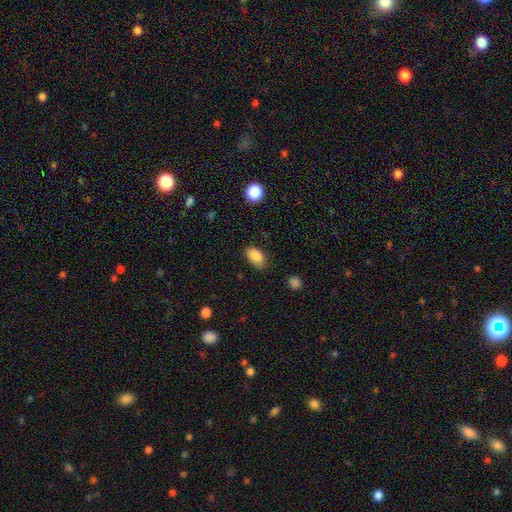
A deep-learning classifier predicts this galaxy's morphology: smooth-or-featured: smooth: 87% | star or artifact: 9% | featured or disk: 4%
  how-rounded: in between: 91% | round: 7% | cigar-shaped: 2%
  merging: none: 72% | minor disturbance: 21% | major disturbance: 5% | merger: 2%